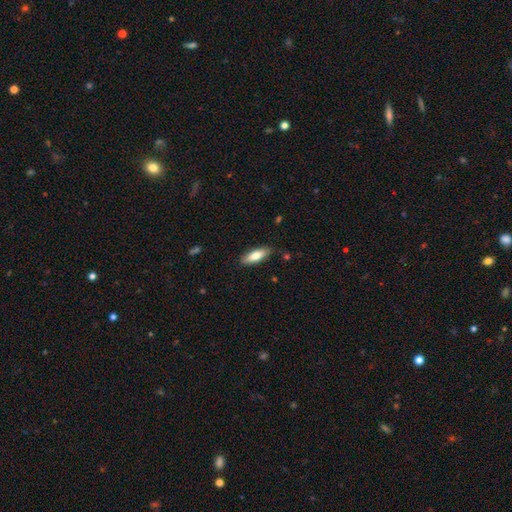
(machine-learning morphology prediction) The model was most divided on "how rounded": in between: 61%, cigar-shaped: 37%, round: 2%. More confident: merging — none (86%); smooth or featured — smooth (75%).